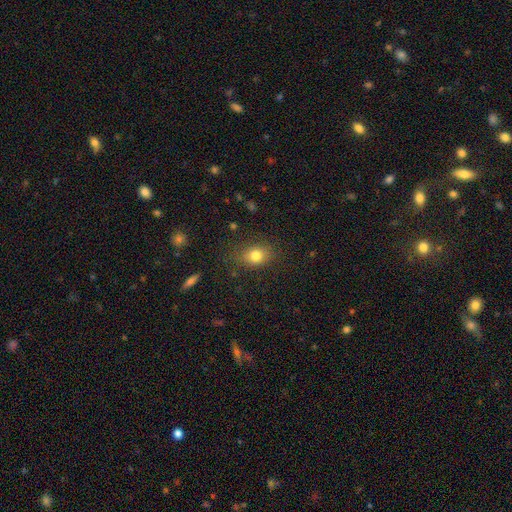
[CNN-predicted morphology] The model was most divided on "how rounded": in between: 57%, round: 42%, cigar-shaped: 2%. More confident: merging — none (81%); smooth or featured — smooth (80%).